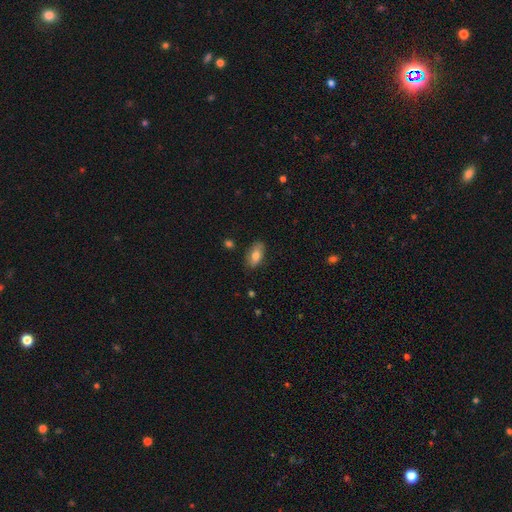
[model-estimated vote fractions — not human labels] Smooth or featured? smooth (78%)
How rounded? in between (89%)
Merging? none (81%)